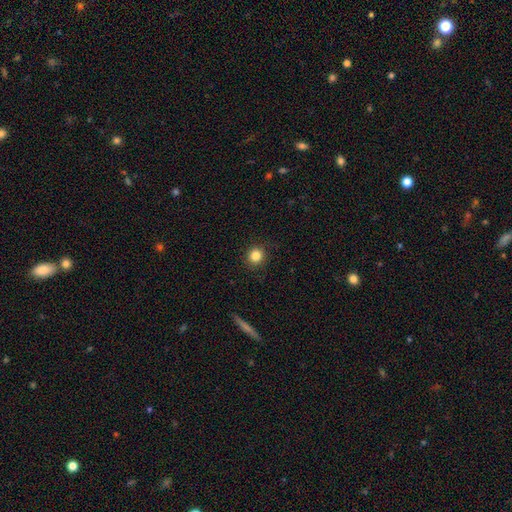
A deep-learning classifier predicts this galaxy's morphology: smooth 84%, star or artifact 11%, featured or disk 5%. Down the decision tree: how rounded — round (92%); merging — none (91%).